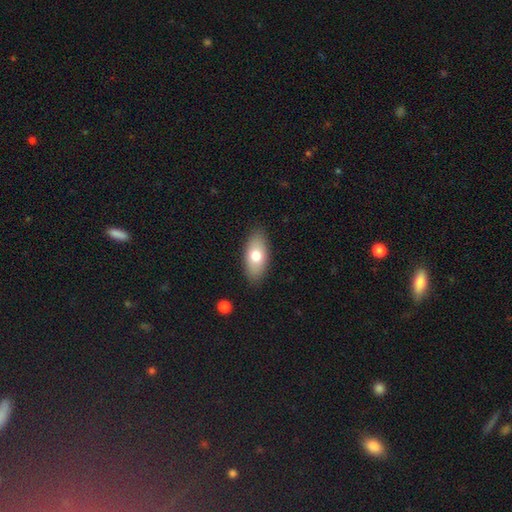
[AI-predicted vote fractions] A smooth galaxy with no disk features (73%) that is in between round and cigar-shaped (88%). Merging: none (87%).